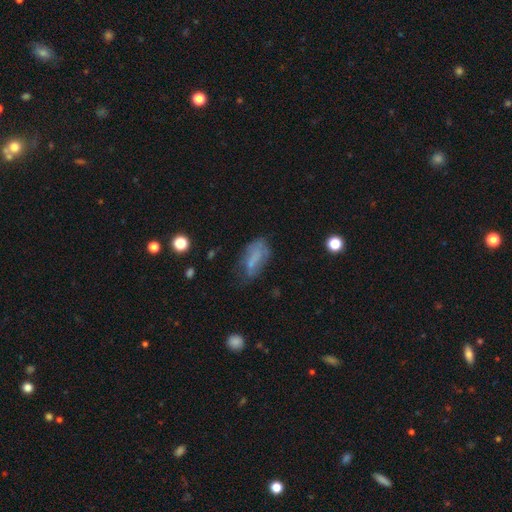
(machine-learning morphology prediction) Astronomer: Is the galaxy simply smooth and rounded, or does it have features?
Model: smooth — 55% (runner-up: featured or disk, 33%).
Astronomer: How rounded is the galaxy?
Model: in between — 83%.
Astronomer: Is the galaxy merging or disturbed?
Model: none — 45% (runner-up: minor disturbance, 30%).